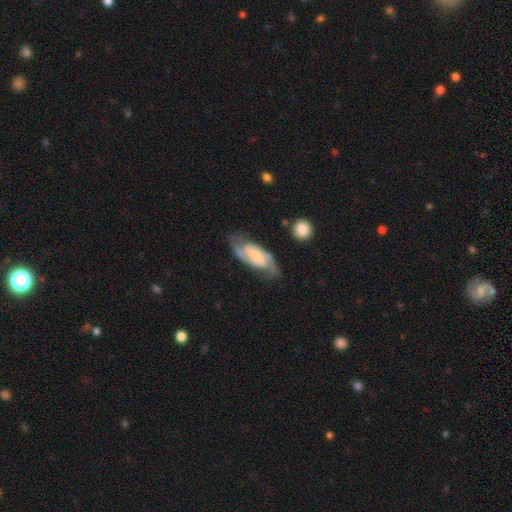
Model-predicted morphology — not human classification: A featured or disk galaxy (73%) with no bar (54%), 2 (81%) medium (48%) spiral arms (92%) and a small central bulge (44%).

Vote fractions:
- Smooth or featured? featured or disk: 73% / smooth: 22% / star or artifact: 6%
- Edge-on disk? no: 92% / yes: 8%
- Bar? no: 54% / weak: 36% / strong: 10%
- Spiral arms? yes: 92% / no: 8%
- Spiral winding? medium: 48% / tight: 31% / loose: 21%
- Spiral arm count? 2: 81% / can't tell: 12% / 1: 3% / 3: 2% / 4: 1% / more than 4: 1%
- Bulge size? small: 44% / moderate: 37% / large: 9% / none: 9% / dominant: 2%
- Merging? none: 63% / minor disturbance: 23% / major disturbance: 11% / merger: 3%